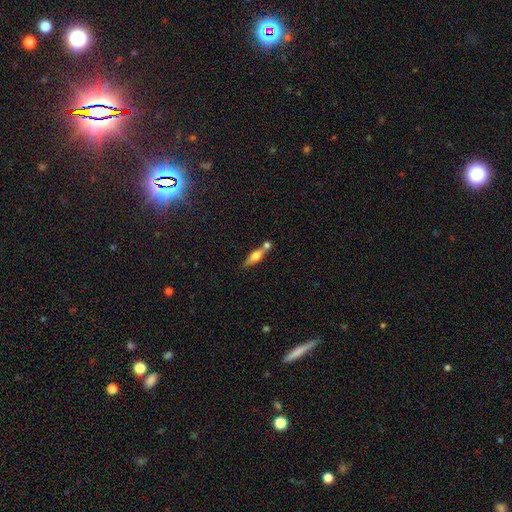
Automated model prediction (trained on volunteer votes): Q: Smooth or featured?
A: smooth (56%); runner-up: featured or disk (36%)
Q: How rounded?
A: cigar-shaped (49%); runner-up: in between (46%)
Q: Merging?
A: none (48%); runner-up: merger (35%)